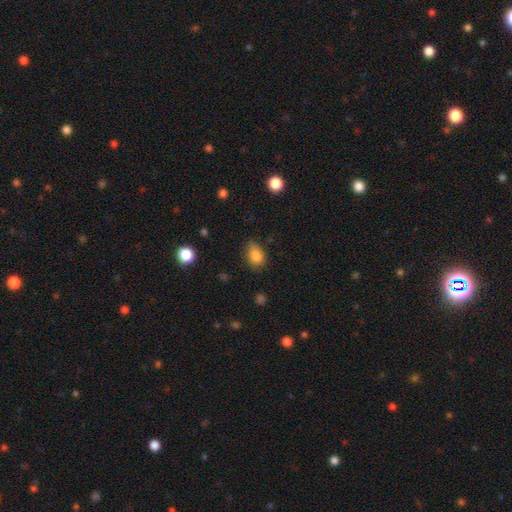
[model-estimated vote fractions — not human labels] Smooth or featured: smooth — 85% (star or artifact — 10%)
How rounded: in between — 76% (round — 23%)
Merging: none — 64% (minor disturbance — 28%)